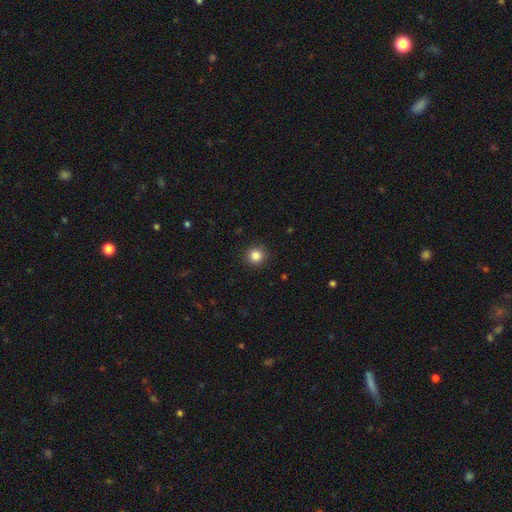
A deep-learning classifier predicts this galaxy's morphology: smooth_or_featured: smooth (p=0.85) [alt: star or artifact p=0.11]
how_rounded: round (p=0.94) [alt: in between p=0.05]
merging: none (p=0.92) [alt: minor disturbance p=0.05]